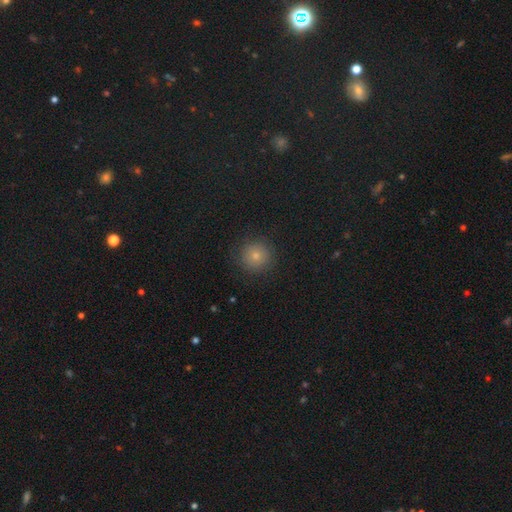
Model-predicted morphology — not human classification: Smooth or featured: smooth — 78% (star or artifact — 13%)
How rounded: round — 94% (in between — 5%)
Merging: none — 87% (minor disturbance — 9%)